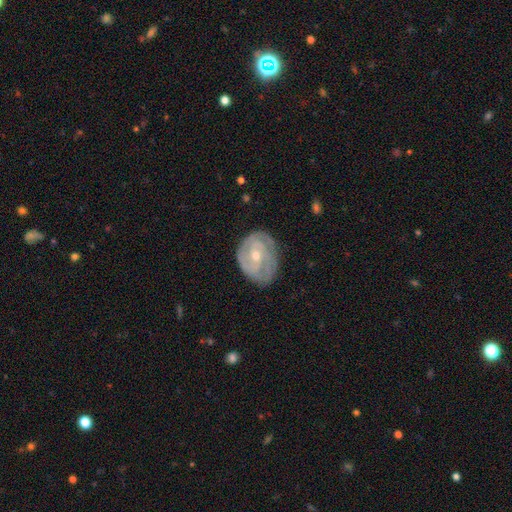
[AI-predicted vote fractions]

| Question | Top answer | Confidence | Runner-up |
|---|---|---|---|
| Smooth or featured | featured or disk | 79% | smooth (15%) |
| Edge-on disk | no | 97% | yes (3%) |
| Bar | no | 54% | weak (36%) |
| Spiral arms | yes | 90% | no (10%) |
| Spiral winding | tight | 67% | medium (26%) |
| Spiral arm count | can't tell | 31% | 2 (30%) |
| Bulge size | moderate | 51% | small (46%) |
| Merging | none | 69% | minor disturbance (23%) |